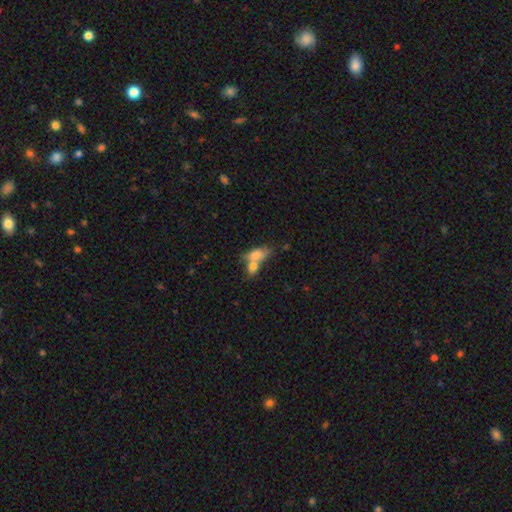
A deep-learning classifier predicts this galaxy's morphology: Smooth or featured: smooth — 74% (featured or disk — 17%)
How rounded: in between — 77% (cigar-shaped — 13%)
Merging: merger — 62% (none — 24%)